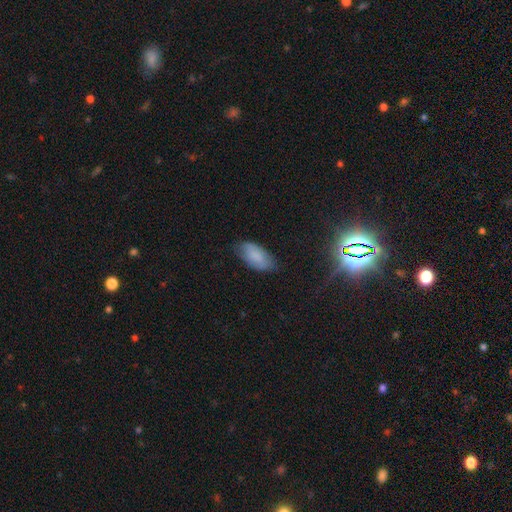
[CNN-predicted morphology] Smooth or featured? smooth (81%)
How rounded? in between (93%)
Merging? none (71%)